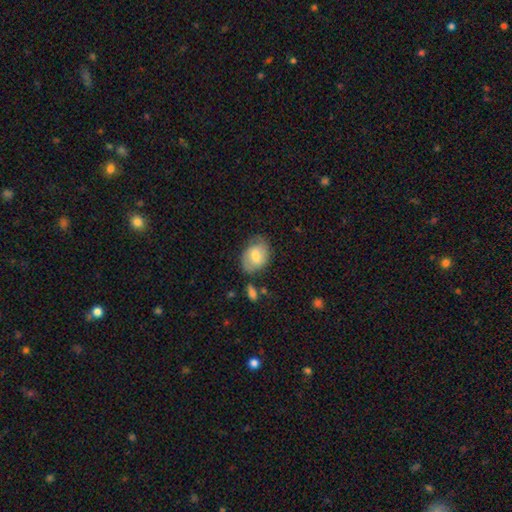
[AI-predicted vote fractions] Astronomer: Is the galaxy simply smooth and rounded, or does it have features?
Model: smooth — 62%.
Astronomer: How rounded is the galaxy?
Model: in between — 75%.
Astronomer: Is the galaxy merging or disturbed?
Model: none — 64%.